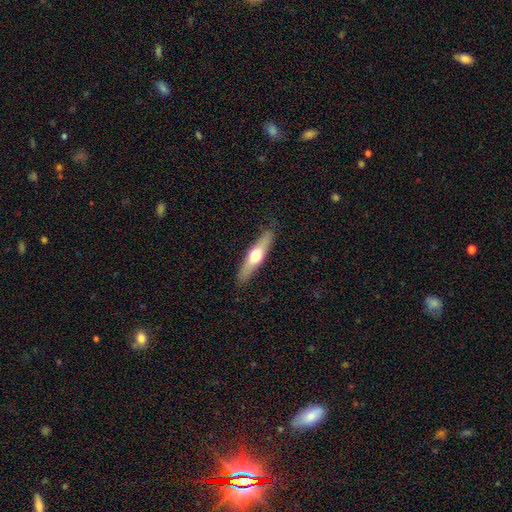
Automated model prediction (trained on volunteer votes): featured or disk 49%, smooth 46%, star or artifact 5%. Down the decision tree: merging — none (88%).